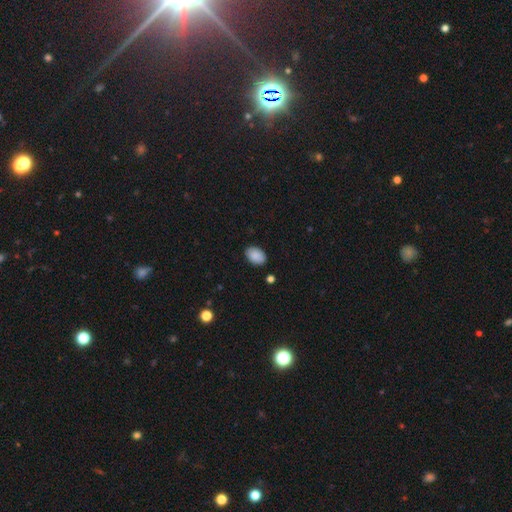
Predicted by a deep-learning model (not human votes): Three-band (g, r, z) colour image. It shows a smooth galaxy with no disk features (89%) that is in between round and cigar-shaped (87%). Merging: none (88%).